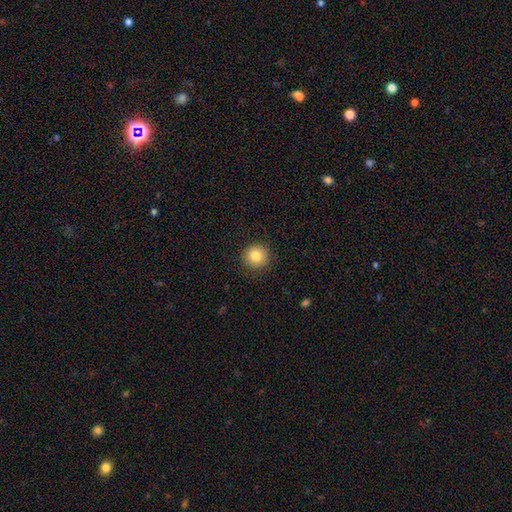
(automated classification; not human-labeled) smooth_or_featured: smooth (p=0.84) [alt: star or artifact p=0.10]
how_rounded: round (p=0.94) [alt: in between p=0.05]
merging: none (p=0.91) [alt: minor disturbance p=0.06]